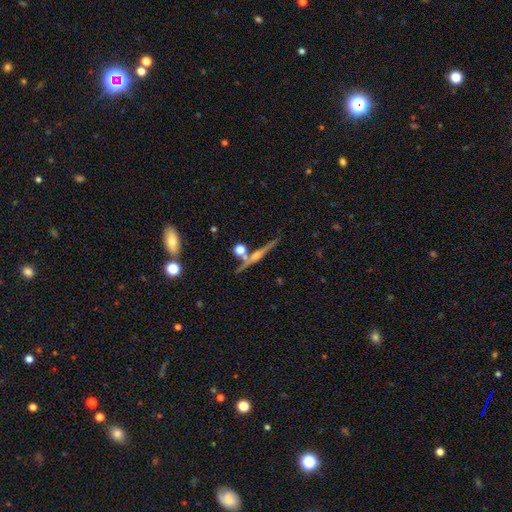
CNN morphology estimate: Smooth or featured? featured or disk (77%)
Edge-on disk? yes (96%)
Edge-on bulge? rounded (80%)
Merging? none (77%)